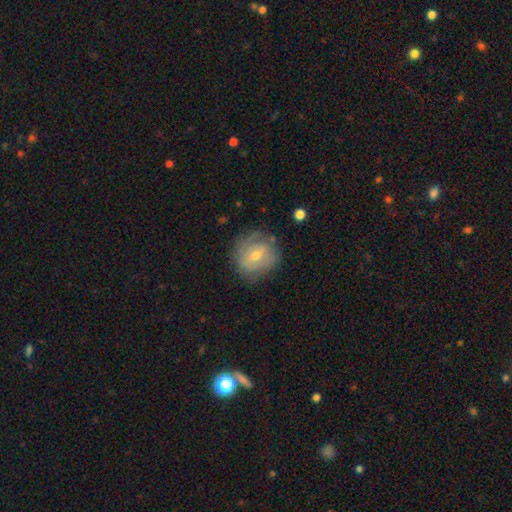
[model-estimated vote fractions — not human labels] This is possibly a featured or disk galaxy (50%). Merging: likely none (71%).